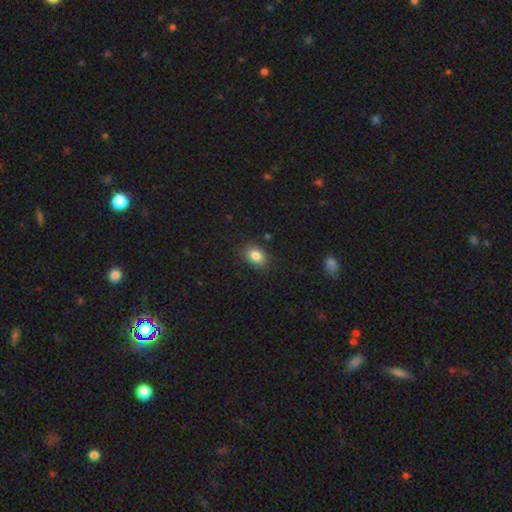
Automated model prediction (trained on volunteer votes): Q: Smooth or featured?
A: smooth (84%); runner-up: star or artifact (10%)
Q: How rounded?
A: in between (71%); runner-up: round (27%)
Q: Merging?
A: none (83%); runner-up: minor disturbance (12%)